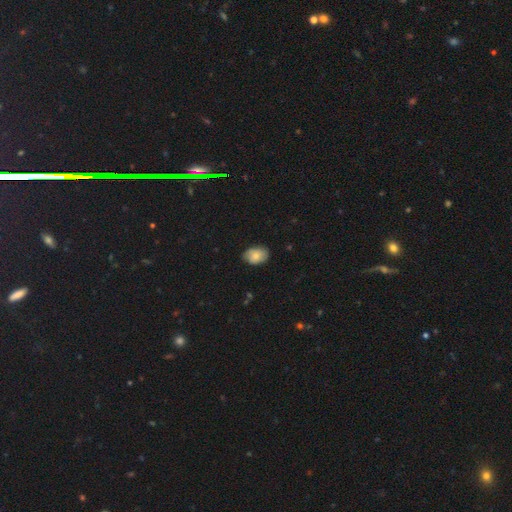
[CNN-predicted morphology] Smooth or featured: smooth — 77% (featured or disk — 15%)
How rounded: in between — 81% (round — 18%)
Merging: none — 78% (minor disturbance — 18%)